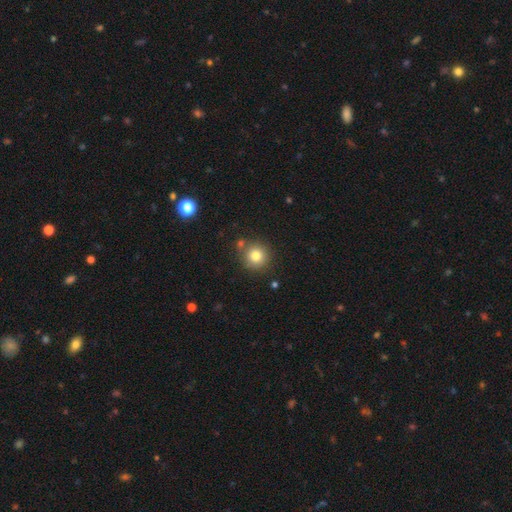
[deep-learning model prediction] smooth-or-featured: smooth: 79% | star or artifact: 12% | featured or disk: 9%
  how-rounded: round: 94% | in between: 5% | cigar-shaped: 1%
  merging: none: 79% | minor disturbance: 9% | merger: 9% | major disturbance: 3%